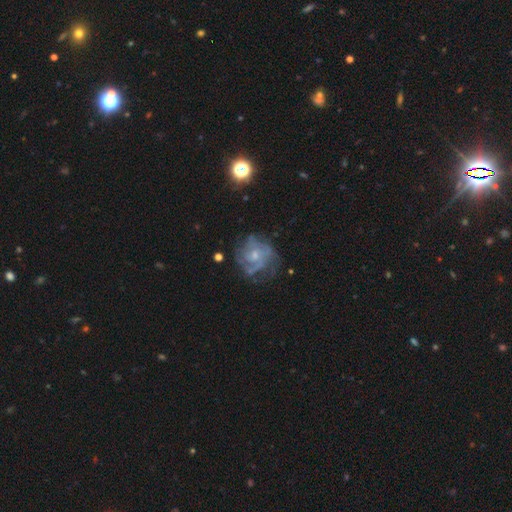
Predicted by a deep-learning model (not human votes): Smooth or featured?
  - featured or disk: 75% *
  - smooth: 16%
  - star or artifact: 9%
Edge-on disk?
  - no: 98% *
  - yes: 2%
Bar?
  - no: 76% *
  - weak: 21%
  - strong: 3%
Spiral arms?
  - yes: 80% *
  - no: 20%
Spiral winding?
  - tight: 48% *
  - medium: 36%
  - loose: 16%
Spiral arm count?
  - can't tell: 44% *
  - 3: 19%
  - 2: 14%
  - 4: 11%
  - 1: 6%
  - more than 4: 5%
Bulge size?
  - small: 59% *
  - moderate: 34%
  - none: 5%
  - large: 2%
  - dominant: 1%
Merging?
  - none: 57% *
  - minor disturbance: 22%
  - major disturbance: 19%
  - merger: 3%